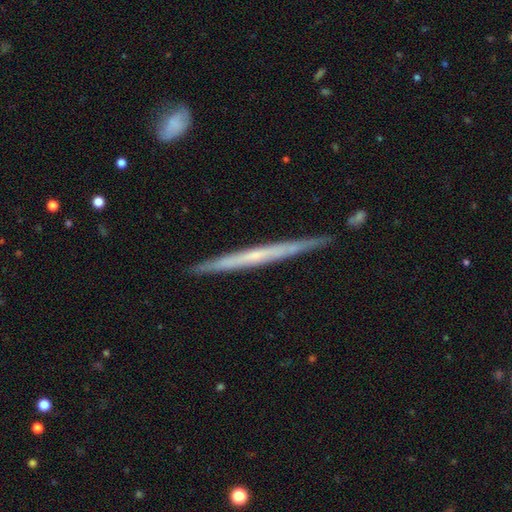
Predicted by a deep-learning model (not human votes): A featured or disk galaxy (63%) viewed edge-on (97%) with no central bulge (79%). Merging: none (88%).